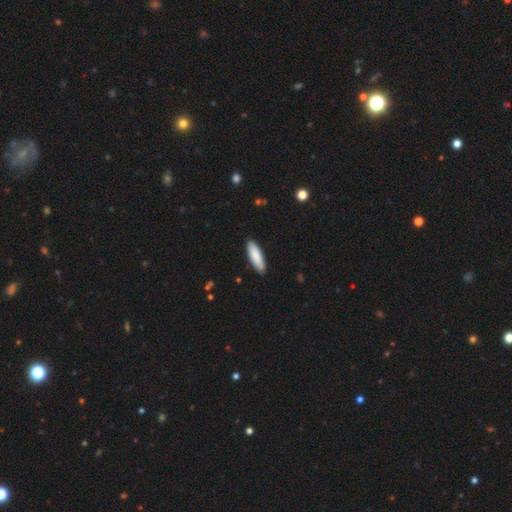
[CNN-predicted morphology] Overall: smooth (86%). How rounded: in between (52%; cigar-shaped 47%). Merging: none (89%).